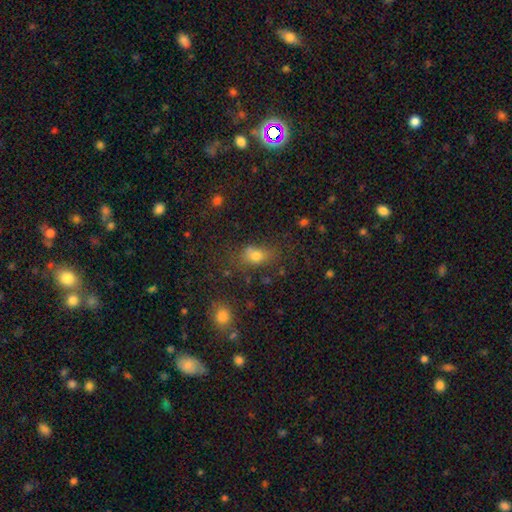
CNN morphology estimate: smooth-or-featured: smooth: 73% | star or artifact: 16% | featured or disk: 11%
  how-rounded: in between: 63% | round: 34% | cigar-shaped: 3%
  merging: none: 59% | minor disturbance: 20% | major disturbance: 11% | merger: 10%